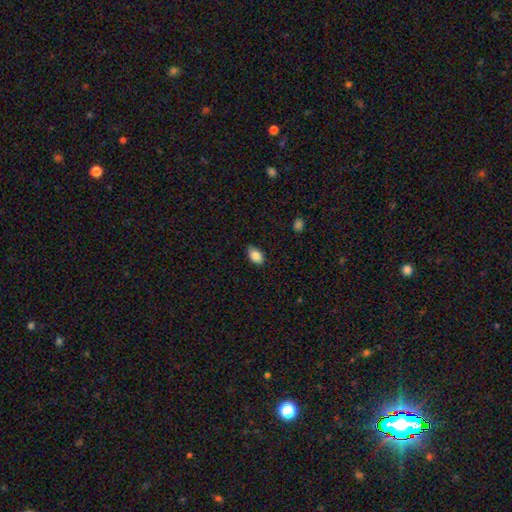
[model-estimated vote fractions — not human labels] This is clearly a smooth galaxy (86%). How rounded: clearly in between (91%). Merging: clearly none (82%).